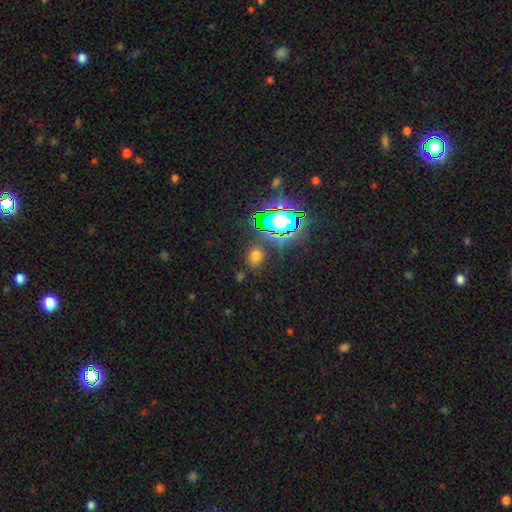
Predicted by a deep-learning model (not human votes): This appears to be a smooth galaxy with no disk features (61%) that is in between round and cigar-shaped (51%). Merging: none (83%).